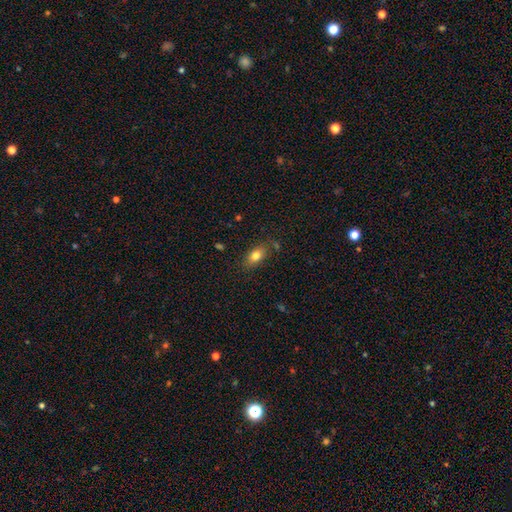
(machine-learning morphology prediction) A smooth galaxy with no disk features (80%) that is in between round and cigar-shaped (86%). Merging: none (78%).